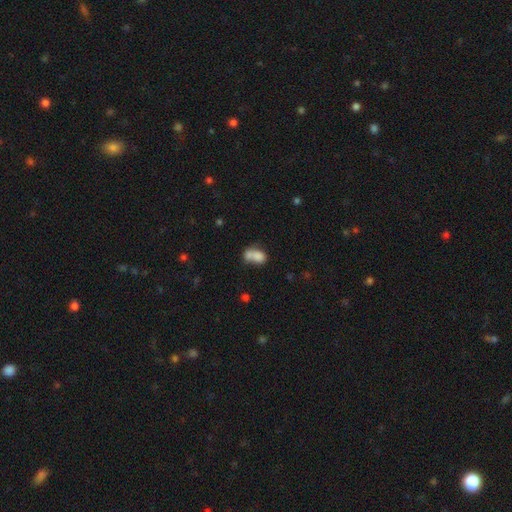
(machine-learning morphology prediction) This appears to be a smooth galaxy with no disk features (76%) that is in between round and cigar-shaped (75%). Merging: merger (57%).